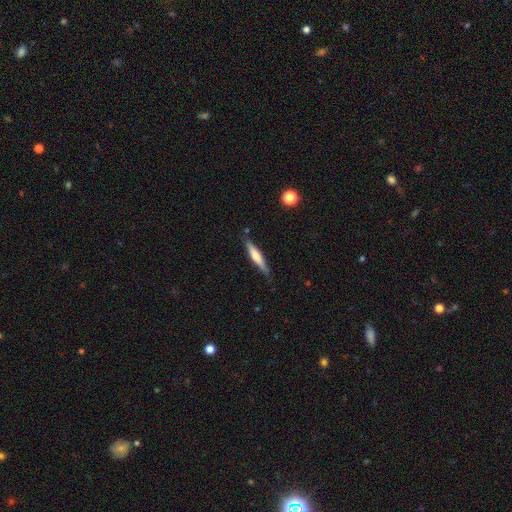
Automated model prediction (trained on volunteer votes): smooth-or-featured: smooth: 52% | featured or disk: 42% | star or artifact: 6%
  how-rounded: cigar-shaped: 89% | in between: 9% | round: 1%
  merging: none: 83% | minor disturbance: 12% | major disturbance: 2% | merger: 2%